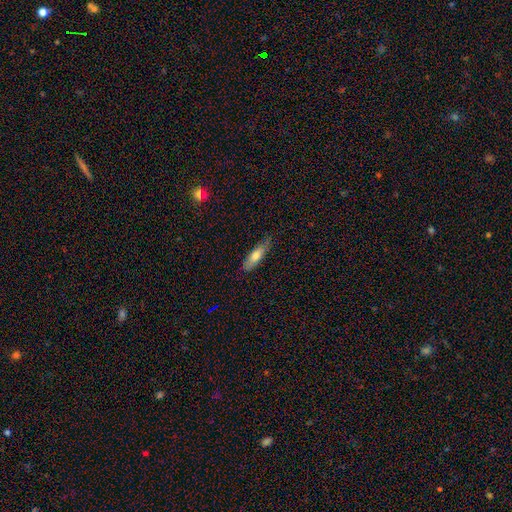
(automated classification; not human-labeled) smooth_or_featured: smooth (p=0.68) [alt: featured or disk p=0.26]
how_rounded: cigar-shaped (p=0.58) [alt: in between p=0.40]
merging: none (p=0.77) [alt: minor disturbance p=0.18]